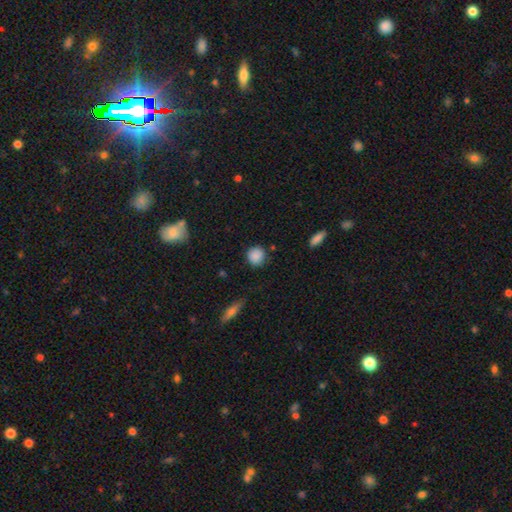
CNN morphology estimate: Q: Smooth or featured?
A: smooth (86%); runner-up: star or artifact (9%)
Q: How rounded?
A: round (89%); runner-up: in between (10%)
Q: Merging?
A: none (82%); runner-up: minor disturbance (13%)